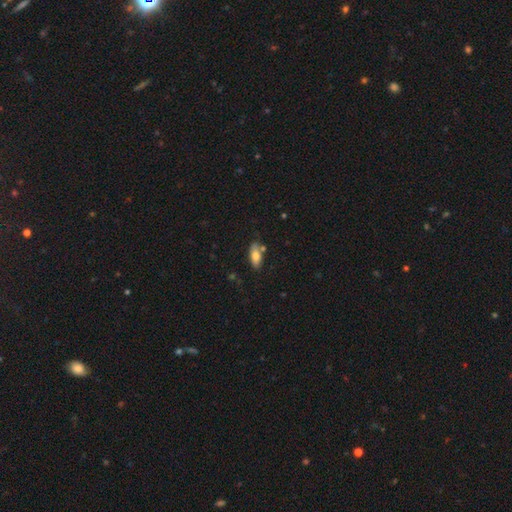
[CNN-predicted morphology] Q: Smooth or featured?
A: smooth (77%); runner-up: featured or disk (16%)
Q: How rounded?
A: in between (84%); runner-up: cigar-shaped (13%)
Q: Merging?
A: none (67%); runner-up: minor disturbance (19%)